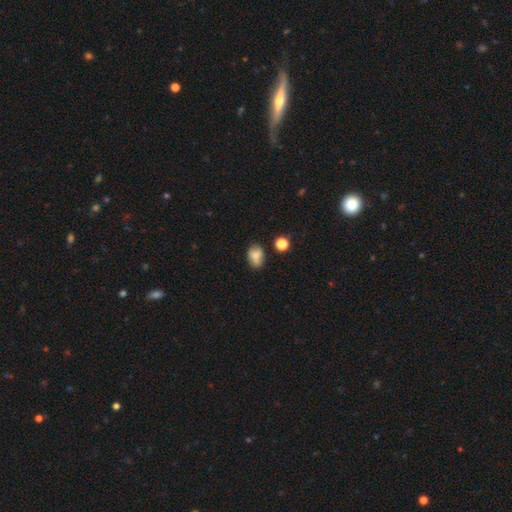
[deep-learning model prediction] The model was most divided on "merging": none: 65%, minor disturbance: 22%, merger: 7%, major disturbance: 5%. More confident: how rounded — in between (77%); smooth or featured — smooth (74%).